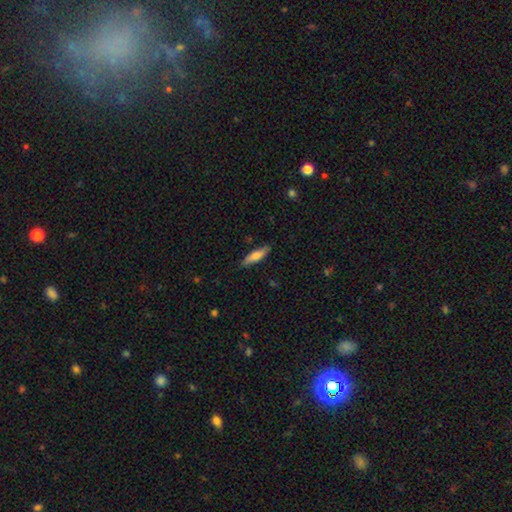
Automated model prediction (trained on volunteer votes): This appears to be a smooth galaxy with no disk features (70%) that is cigar-shaped (68%). Merging: none (85%).